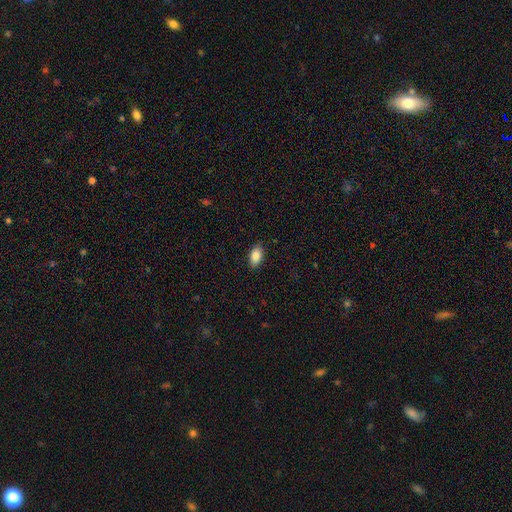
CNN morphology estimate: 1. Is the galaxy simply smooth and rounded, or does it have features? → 86% smooth, 7% star or artifact, 7% featured or disk.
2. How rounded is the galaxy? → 92% in between, 5% round, 2% cigar-shaped.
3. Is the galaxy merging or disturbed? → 89% none, 8% minor disturbance, 2% major disturbance, 1% merger.